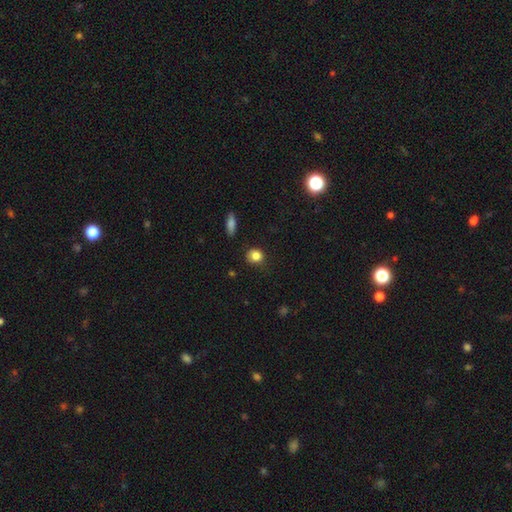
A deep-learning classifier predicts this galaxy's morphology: Smooth or featured: smooth — 84% (star or artifact — 10%)
How rounded: round — 79% (in between — 19%)
Merging: none — 79% (minor disturbance — 16%)